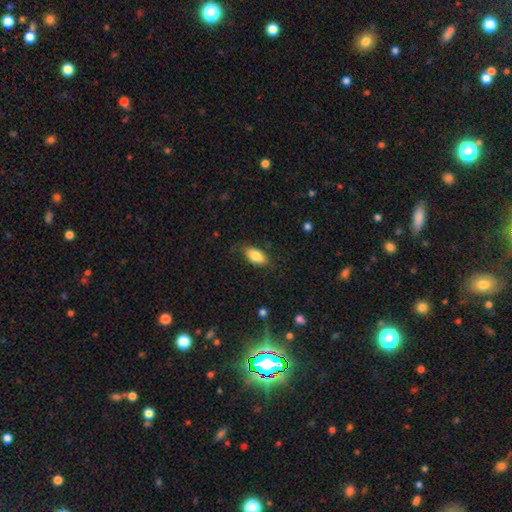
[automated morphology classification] smooth_or_featured: smooth (p=0.84) [alt: featured or disk p=0.09]
how_rounded: in between (p=0.90) [alt: cigar-shaped p=0.07]
merging: none (p=0.76) [alt: minor disturbance p=0.18]